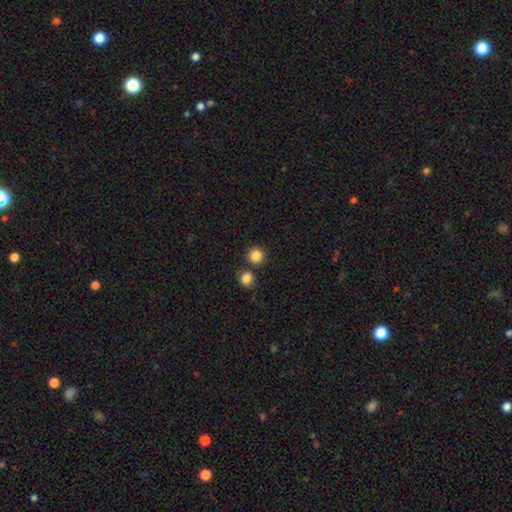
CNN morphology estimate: smooth_or_featured: smooth (p=0.85) [alt: star or artifact p=0.11]
how_rounded: round (p=0.93) [alt: in between p=0.06]
merging: none (p=0.79) [alt: merger p=0.13]